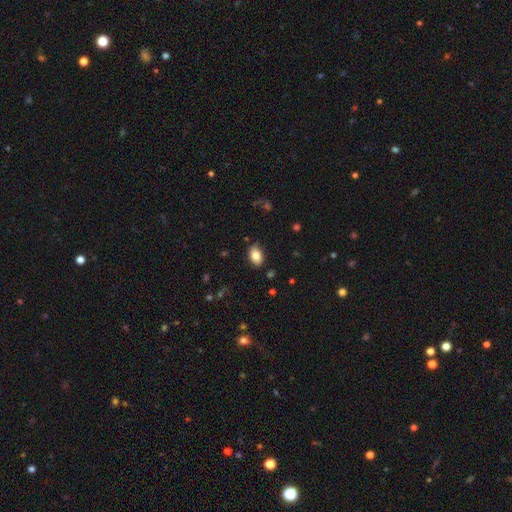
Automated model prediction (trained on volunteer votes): Smooth or featured? smooth (82%)
How rounded? in between (89%)
Merging? none (81%)